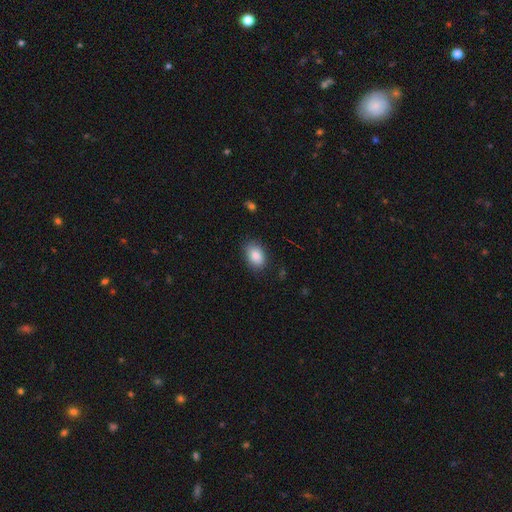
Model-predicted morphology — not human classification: smooth 87%, star or artifact 7%, featured or disk 6%. Down the decision tree: how rounded — in between (85%); merging — none (82%).